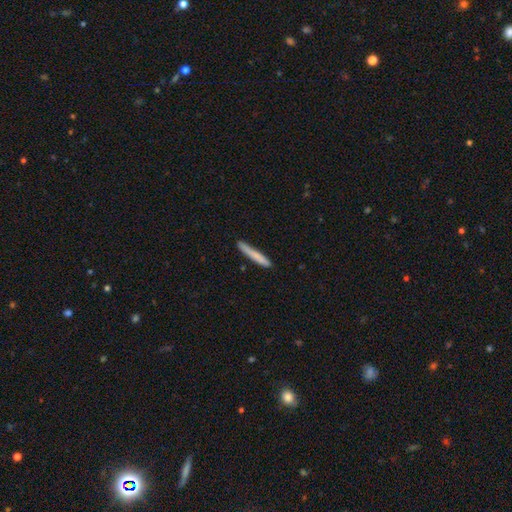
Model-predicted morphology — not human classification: Smooth or featured?
  - smooth: 76% *
  - featured or disk: 18%
  - star or artifact: 6%
How rounded?
  - cigar-shaped: 96% *
  - in between: 3%
  - round: 1%
Merging?
  - none: 86% *
  - minor disturbance: 10%
  - major disturbance: 2%
  - merger: 2%